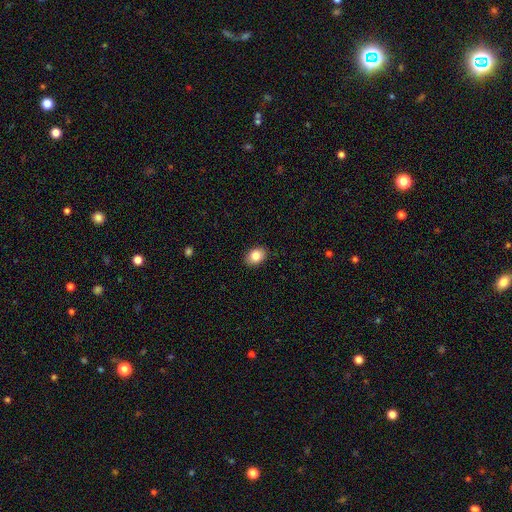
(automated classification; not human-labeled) smooth-or-featured: smooth: 86% | star or artifact: 8% | featured or disk: 6%
  how-rounded: in between: 71% | round: 28% | cigar-shaped: 1%
  merging: none: 88% | minor disturbance: 9% | major disturbance: 2% | merger: 1%